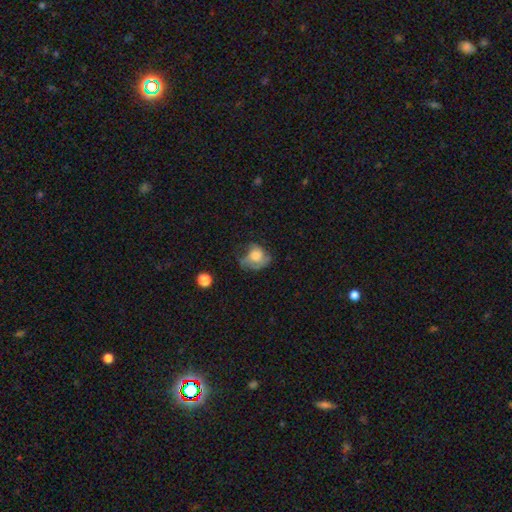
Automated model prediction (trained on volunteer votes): Overall: smooth (51%; featured or disk 39%). How rounded: round (50%; in between 48%). Merging: none (35%; major disturbance 34%).